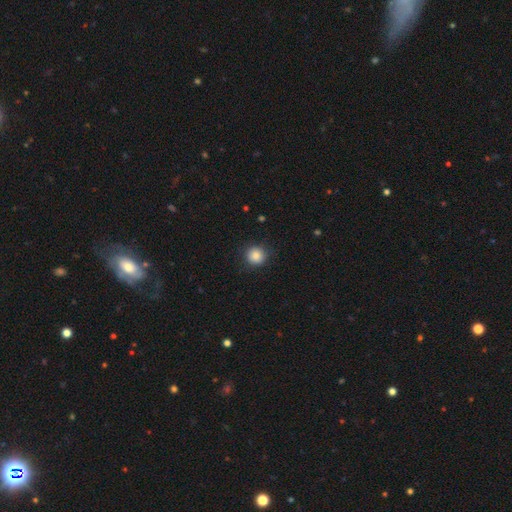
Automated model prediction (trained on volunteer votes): A smooth galaxy with no disk features (85%) that is round (92%). Merging: none (86%).